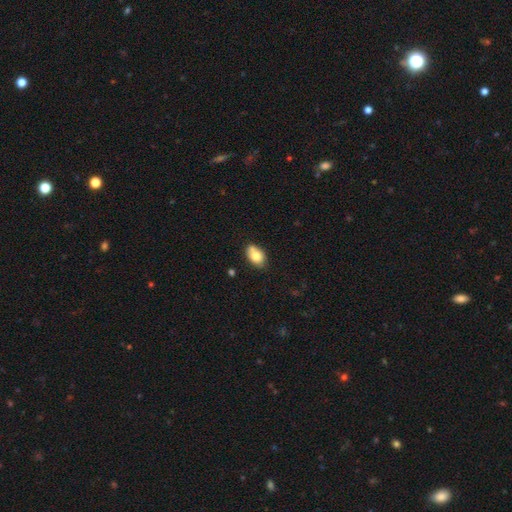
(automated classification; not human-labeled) The model was most divided on "merging": none: 64%, minor disturbance: 18%, merger: 15%, major disturbance: 4%. More confident: how rounded — in between (84%); smooth or featured — smooth (78%).